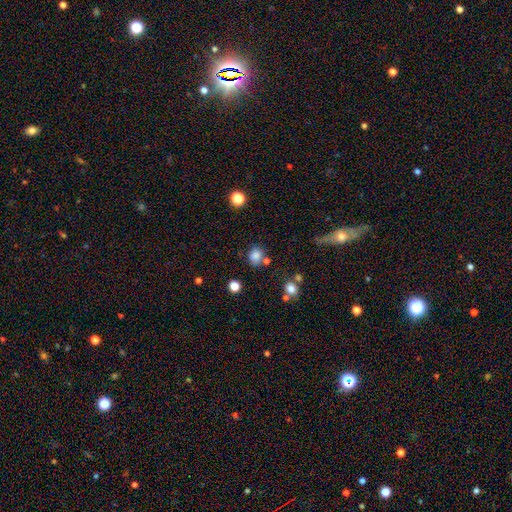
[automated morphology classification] Smooth or featured? smooth (81%)
How rounded? round (71%)
Merging? none (68%)